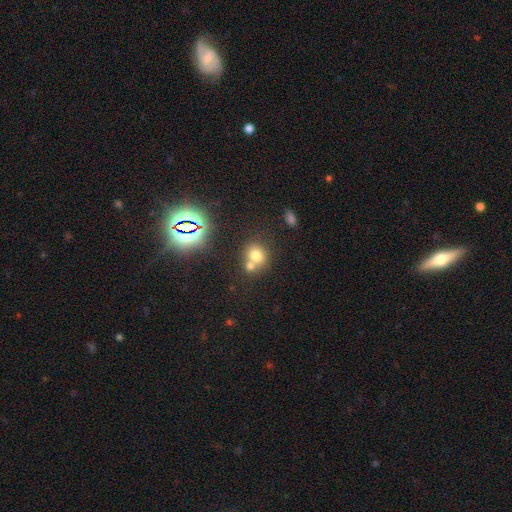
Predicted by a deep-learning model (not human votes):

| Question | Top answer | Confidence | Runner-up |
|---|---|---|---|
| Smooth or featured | smooth | 70% | star or artifact (17%) |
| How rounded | round | 76% | in between (23%) |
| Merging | merger | 49% | none (40%) |